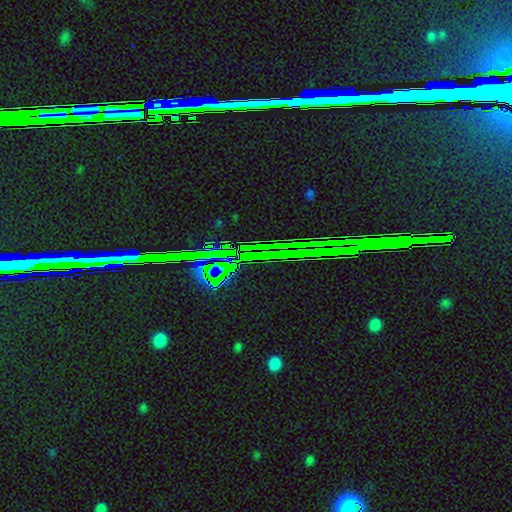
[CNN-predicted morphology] A star or artifact, not a galaxy (85%).

Vote fractions:
- Smooth or featured? star or artifact: 85% / featured or disk: 7% / smooth: 7%